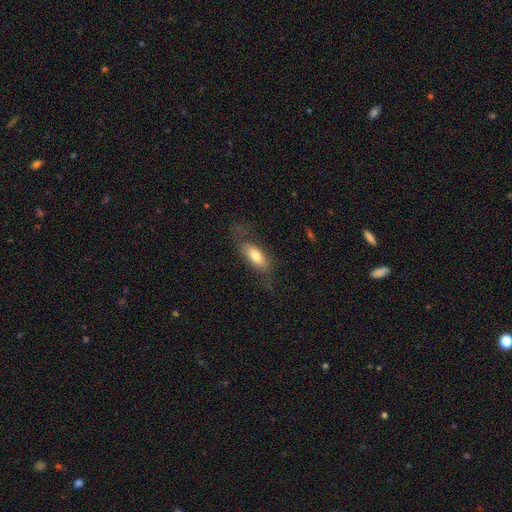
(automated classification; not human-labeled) This is likely a smooth galaxy (67%). How rounded: likely in between (74%). Merging: likely none (61%).